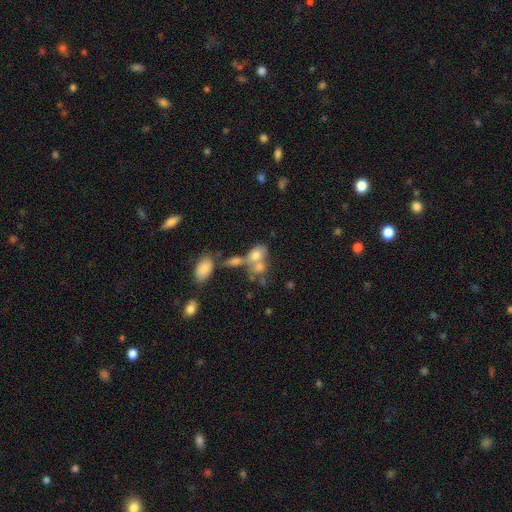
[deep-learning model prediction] Morphology: type=smooth (67%); roundness=in between (71%); merging=merger (56%).